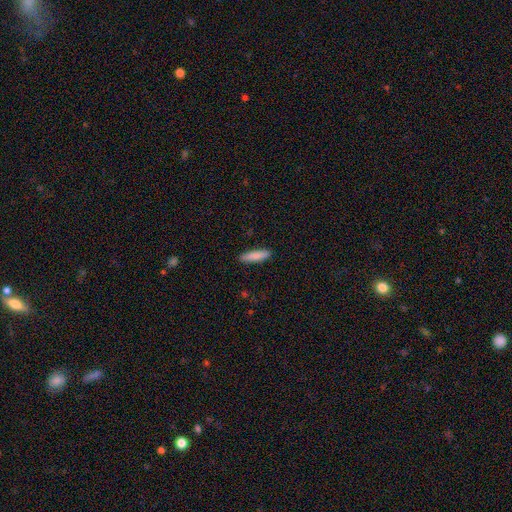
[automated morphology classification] This appears to be a smooth galaxy with no disk features (86%) that is cigar-shaped (75%). Merging: none (90%).